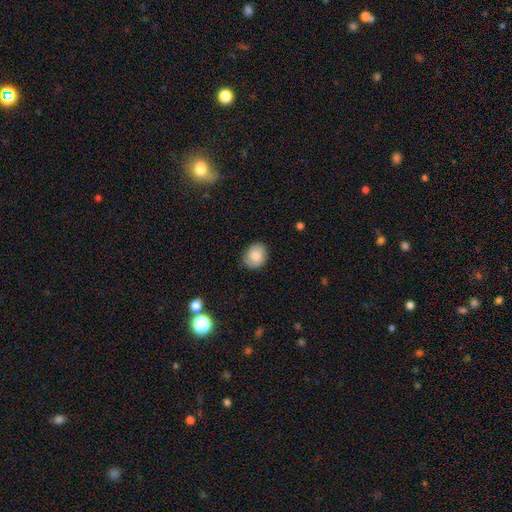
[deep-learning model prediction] Smooth or featured: smooth — 80% (featured or disk — 12%)
How rounded: round — 60% (in between — 39%)
Merging: none — 79% (minor disturbance — 16%)